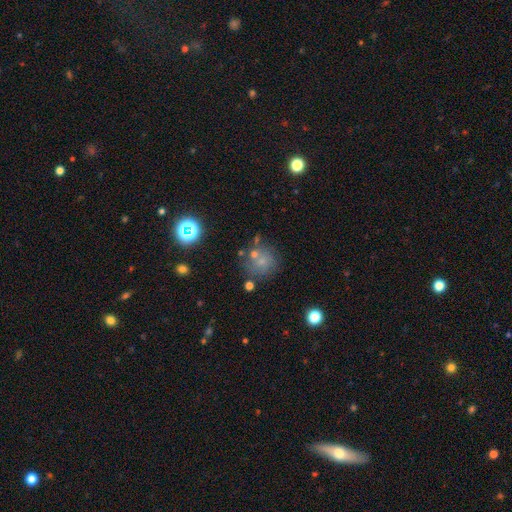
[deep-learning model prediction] smooth 48%, star or artifact 33%, featured or disk 19%. Down the decision tree: merging — none (71%).